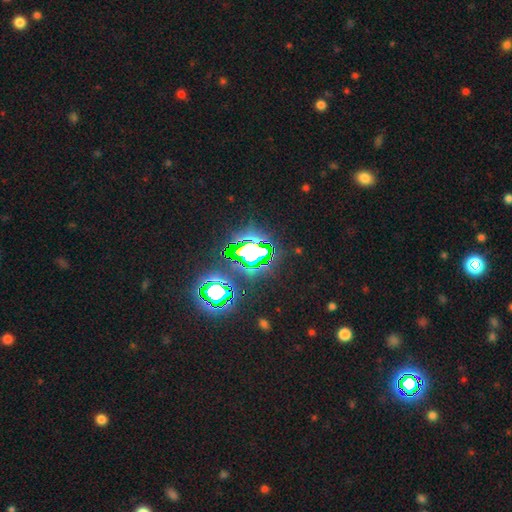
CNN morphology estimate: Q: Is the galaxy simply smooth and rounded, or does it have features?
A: star or artifact — 74%.